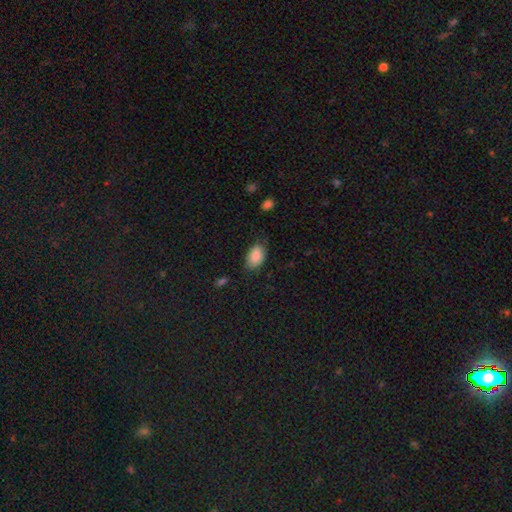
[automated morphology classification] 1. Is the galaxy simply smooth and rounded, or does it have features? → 84% smooth, 9% featured or disk, 7% star or artifact.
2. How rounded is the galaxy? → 91% in between, 8% round, 1% cigar-shaped.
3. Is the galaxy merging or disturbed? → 72% none, 22% minor disturbance, 4% major disturbance, 1% merger.